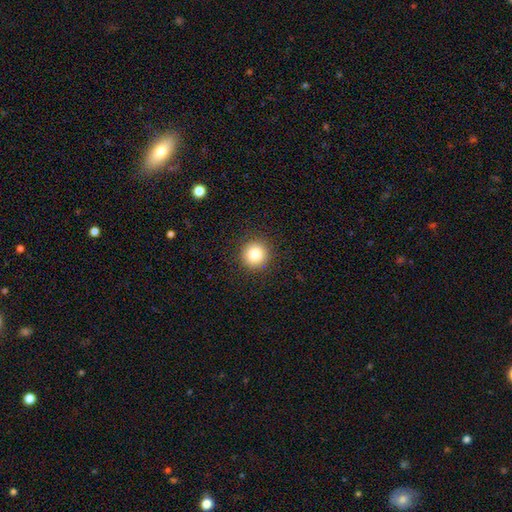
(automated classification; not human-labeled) smooth_or_featured: smooth (p=0.84) [alt: star or artifact p=0.10]
how_rounded: round (p=0.94) [alt: in between p=0.05]
merging: none (p=0.91) [alt: minor disturbance p=0.06]